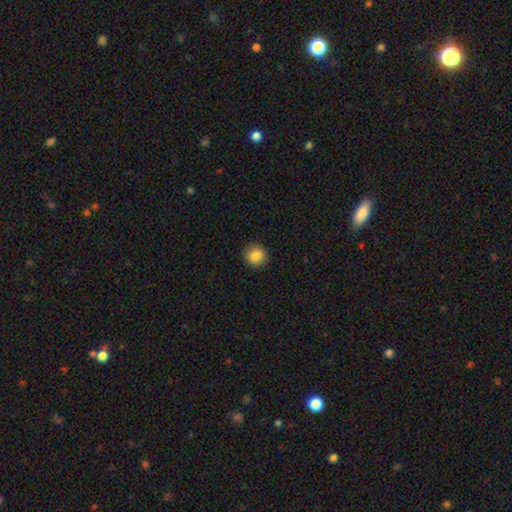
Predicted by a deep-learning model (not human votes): Smooth or featured? smooth (86%)
How rounded? round (91%)
Merging? none (91%)